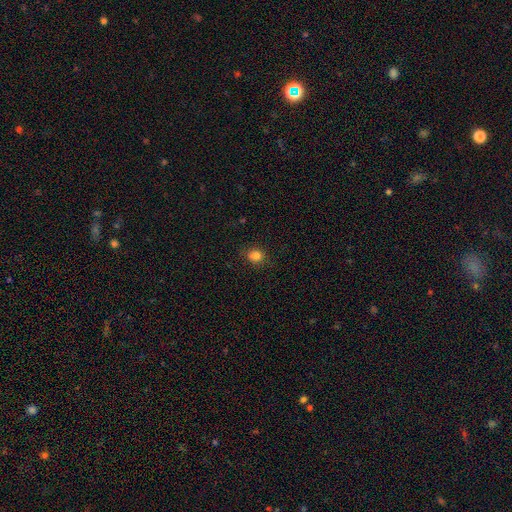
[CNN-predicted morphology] smooth 82%, star or artifact 13%, featured or disk 5%. Down the decision tree: how rounded — round (61%); merging — none (80%).